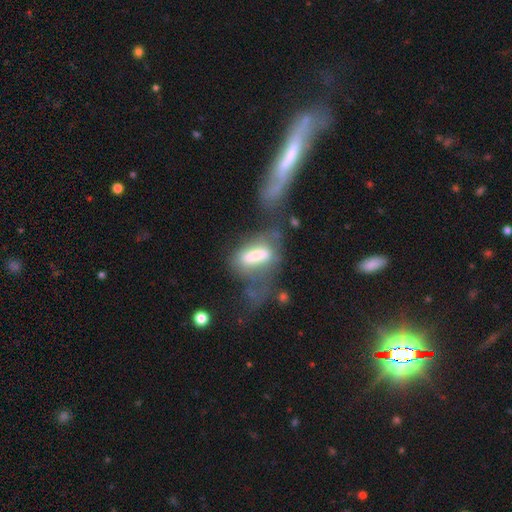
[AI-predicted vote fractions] smooth 57%, featured or disk 33%, star or artifact 10%. Down the decision tree: how rounded — in between (68%); merging — major disturbance (44%).